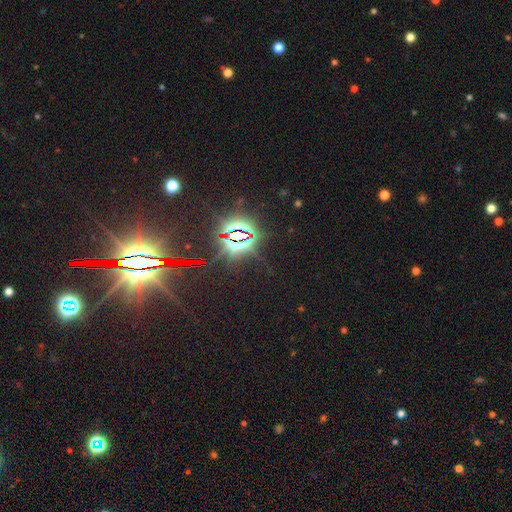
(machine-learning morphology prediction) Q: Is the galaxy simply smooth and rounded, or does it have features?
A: star or artifact — 84%.